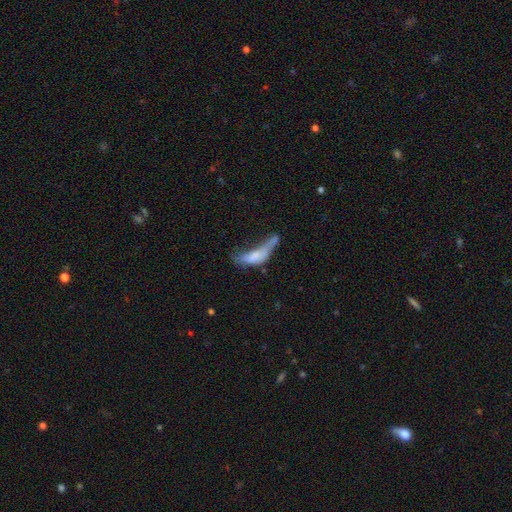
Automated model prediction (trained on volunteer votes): This is likely a smooth galaxy (60%). How rounded: possibly in between (53%). Merging: marginally major disturbance (41%).